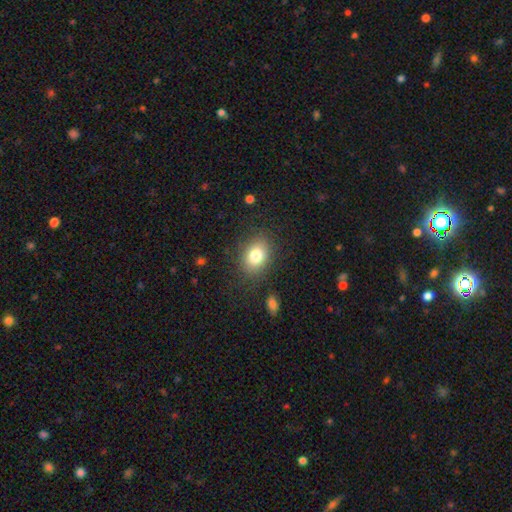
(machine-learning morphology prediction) This appears to be a smooth galaxy with no disk features (81%) that is in between round and cigar-shaped (73%). Merging: none (82%).